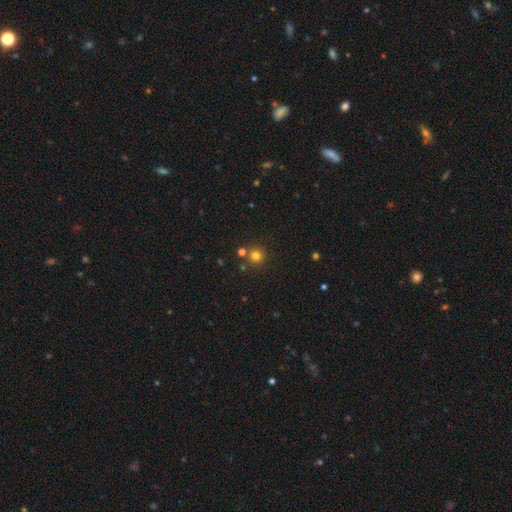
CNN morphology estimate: A smooth galaxy with no disk features (77%) that is round (95%).

Vote fractions:
- Smooth or featured? smooth: 77% / star or artifact: 17% / featured or disk: 6%
- How rounded? round: 95% / in between: 4% / cigar-shaped: 1%
- Merging? none: 81% / merger: 10% / minor disturbance: 7% / major disturbance: 2%